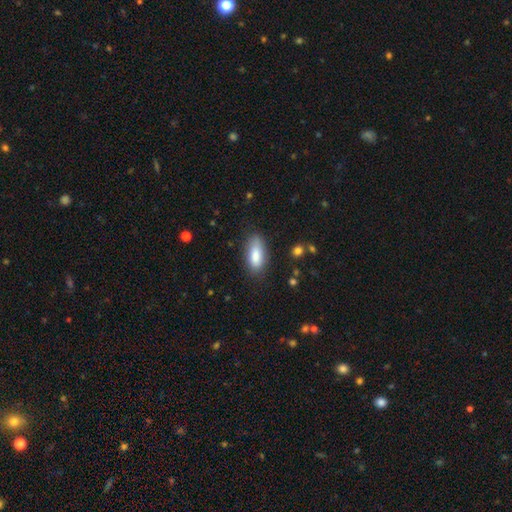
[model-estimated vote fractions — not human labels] Overall: smooth (84%). How rounded: in between (80%). Merging: none (78%).